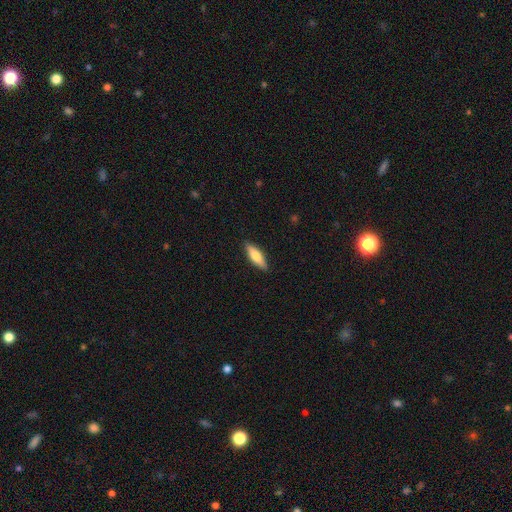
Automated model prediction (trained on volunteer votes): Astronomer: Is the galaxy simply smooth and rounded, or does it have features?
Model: smooth — 65%.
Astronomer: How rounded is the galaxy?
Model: cigar-shaped — 56% (runner-up: in between, 42%).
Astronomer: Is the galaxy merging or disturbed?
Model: none — 89%.